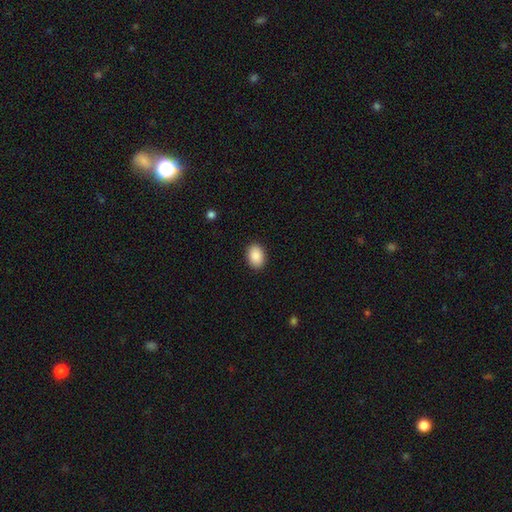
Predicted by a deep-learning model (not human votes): Smooth or featured: smooth — 90% (star or artifact — 7%)
How rounded: in between — 84% (round — 15%)
Merging: none — 90% (minor disturbance — 7%)